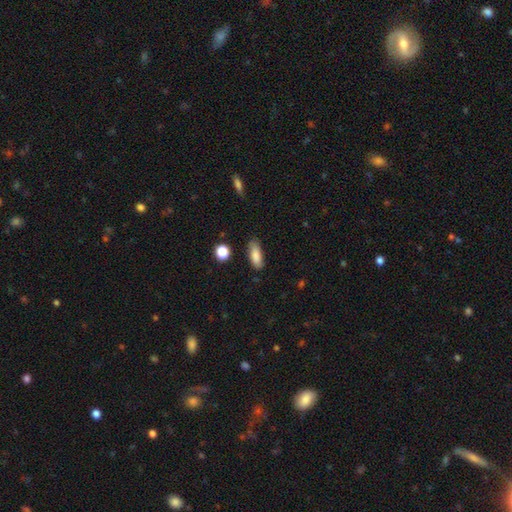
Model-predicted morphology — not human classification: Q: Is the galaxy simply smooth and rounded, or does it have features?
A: smooth — 85%.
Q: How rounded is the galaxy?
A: in between — 70%.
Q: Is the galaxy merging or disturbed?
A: none — 76%.